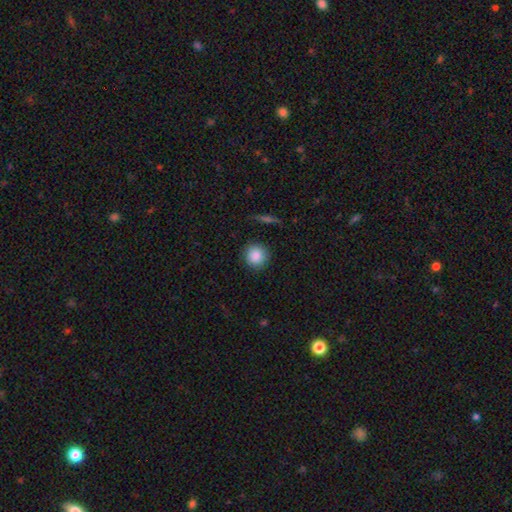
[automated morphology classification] smooth 87%, star or artifact 8%, featured or disk 4%. Down the decision tree: how rounded — round (92%); merging — none (89%).